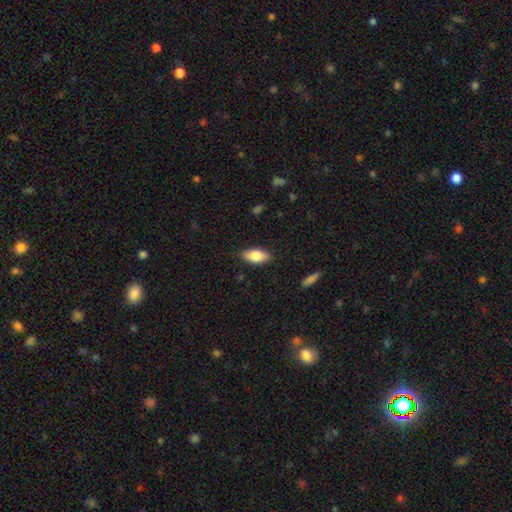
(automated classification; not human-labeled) smooth_or_featured: smooth (p=0.82) [alt: featured or disk p=0.12]
how_rounded: in between (p=0.89) [alt: cigar-shaped p=0.09]
merging: none (p=0.87) [alt: minor disturbance p=0.10]